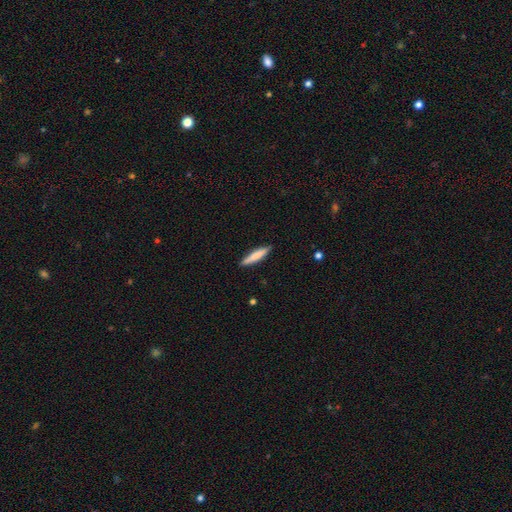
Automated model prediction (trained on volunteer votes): This is likely a smooth galaxy (75%). How rounded: clearly cigar-shaped (87%). Merging: clearly none (87%).